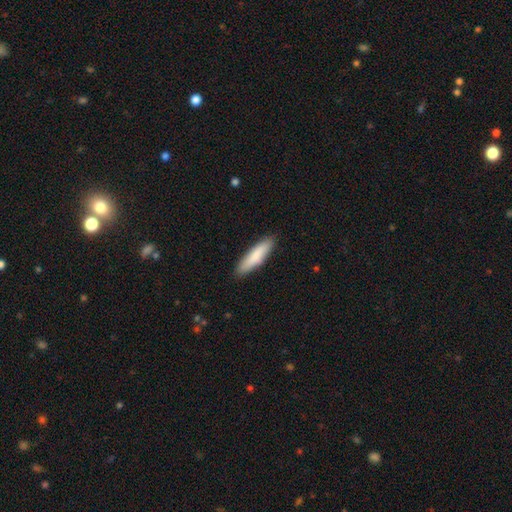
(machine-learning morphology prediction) This appears to be a smooth galaxy with no disk features (83%) that is cigar-shaped (74%). Merging: none (87%).